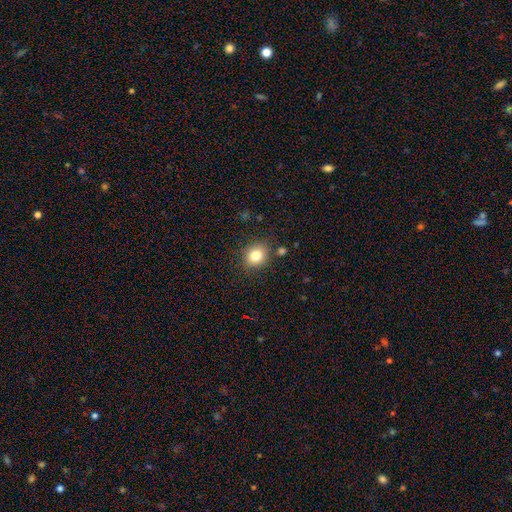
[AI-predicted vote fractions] Overall: smooth (81%). How rounded: round (69%; in between 30%). Merging: none (83%).